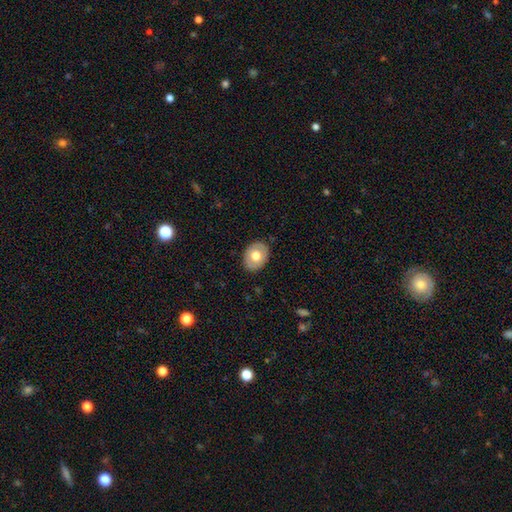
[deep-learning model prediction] Smooth or featured? smooth (65%)
How rounded? in between (62%)
Merging? none (86%)